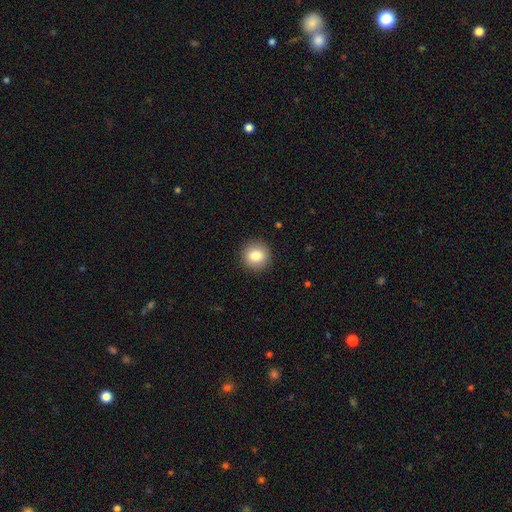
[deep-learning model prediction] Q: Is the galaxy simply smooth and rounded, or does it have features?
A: smooth — 84%.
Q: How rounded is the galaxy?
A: round — 93%.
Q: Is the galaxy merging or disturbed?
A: none — 91%.